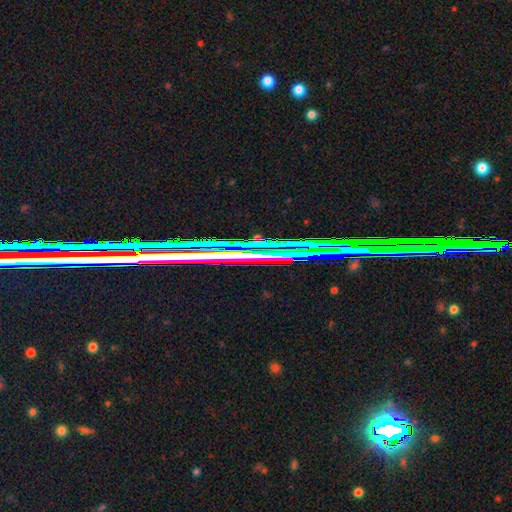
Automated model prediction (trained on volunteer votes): Overall: star or artifact (77%).